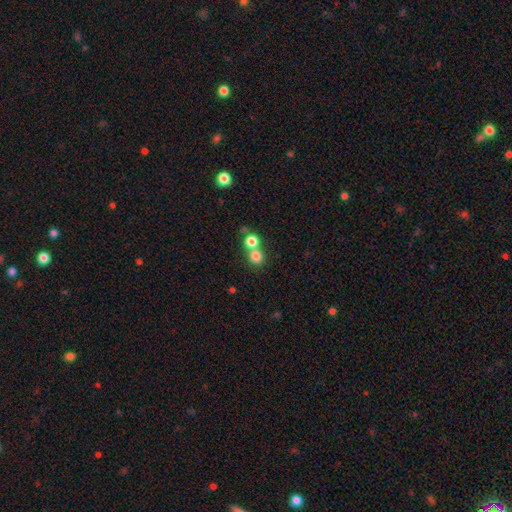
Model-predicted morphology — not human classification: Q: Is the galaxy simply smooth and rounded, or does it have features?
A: smooth — 79%.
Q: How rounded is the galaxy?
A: round — 83%.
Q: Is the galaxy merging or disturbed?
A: none — 46%.